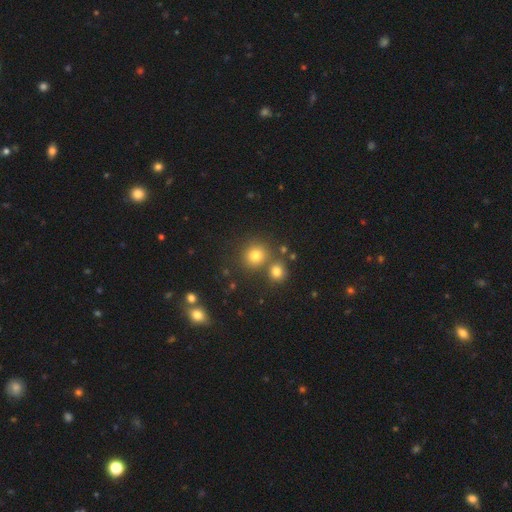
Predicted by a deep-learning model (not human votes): A smooth galaxy with no disk features (76%) that is round (88%). Merging: none (72%).